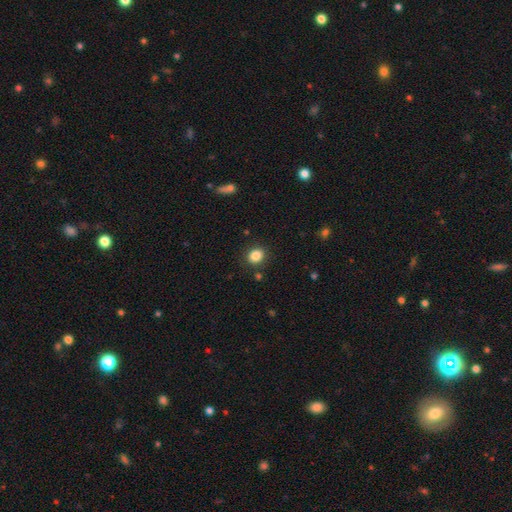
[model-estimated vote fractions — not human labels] smooth-or-featured: smooth: 86% | star or artifact: 10% | featured or disk: 4%
  how-rounded: round: 60% | in between: 39% | cigar-shaped: 1%
  merging: none: 86% | minor disturbance: 9% | major disturbance: 3% | merger: 2%